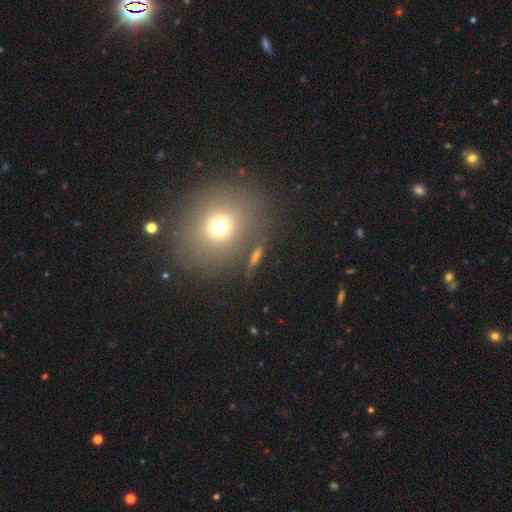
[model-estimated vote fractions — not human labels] Smooth or featured?
  - smooth: 59% *
  - star or artifact: 22%
  - featured or disk: 19%
How rounded?
  - round: 50% *
  - in between: 37%
  - cigar-shaped: 13%
Merging?
  - none: 76% *
  - minor disturbance: 10%
  - merger: 8%
  - major disturbance: 5%